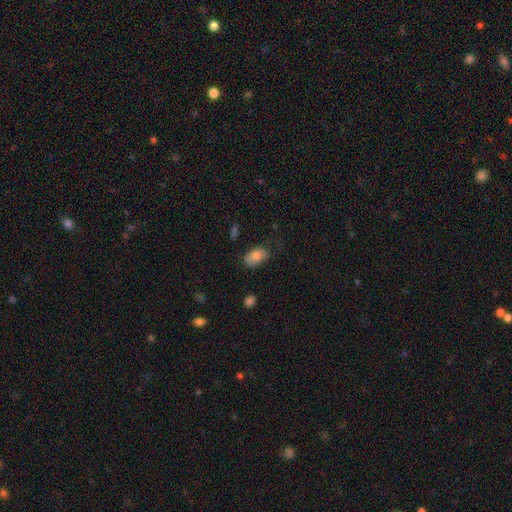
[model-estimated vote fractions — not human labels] Smooth or featured?
  - smooth: 78% *
  - featured or disk: 15%
  - star or artifact: 7%
How rounded?
  - in between: 89% *
  - round: 9%
  - cigar-shaped: 1%
Merging?
  - none: 58% *
  - minor disturbance: 30%
  - major disturbance: 10%
  - merger: 2%